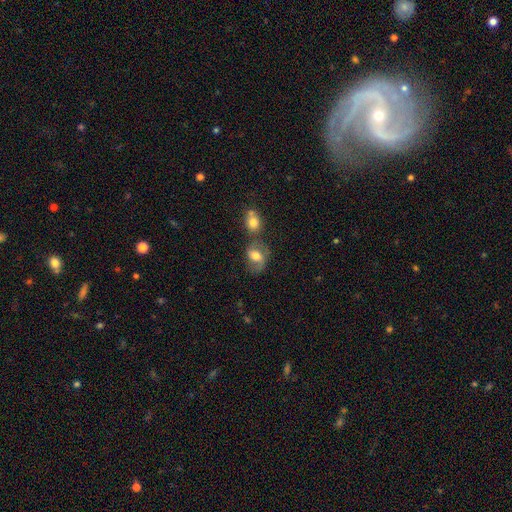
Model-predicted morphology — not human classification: Smooth or featured? Predicted: smooth (p=0.53). How rounded? Predicted: in between (p=0.61). Merging? Predicted: none (p=0.45).